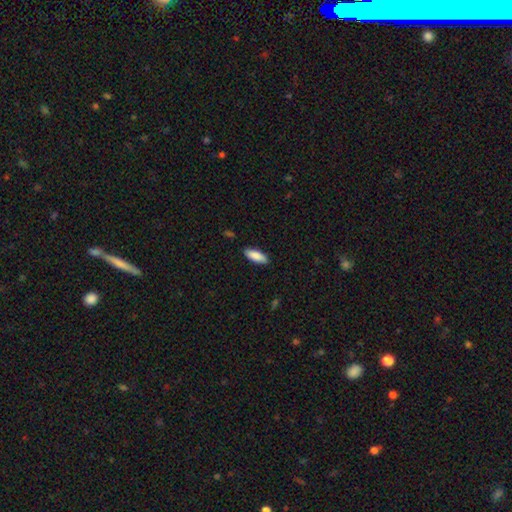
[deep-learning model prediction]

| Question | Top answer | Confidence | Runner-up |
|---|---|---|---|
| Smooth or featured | smooth | 87% | featured or disk (8%) |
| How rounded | in between | 71% | cigar-shaped (27%) |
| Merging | none | 87% | minor disturbance (10%) |